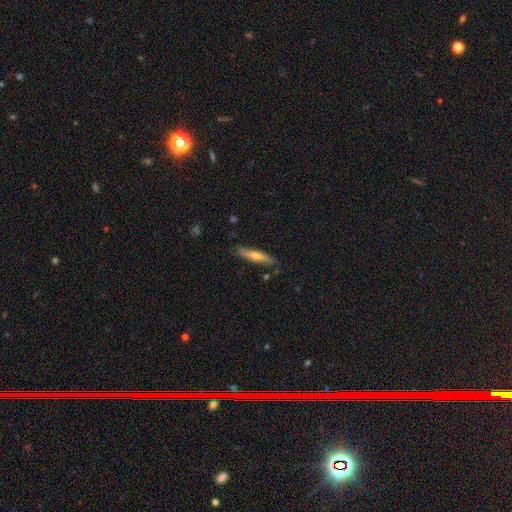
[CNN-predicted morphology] Smooth or featured? Predicted: featured or disk (p=0.49). Merging? Predicted: none (p=0.83).